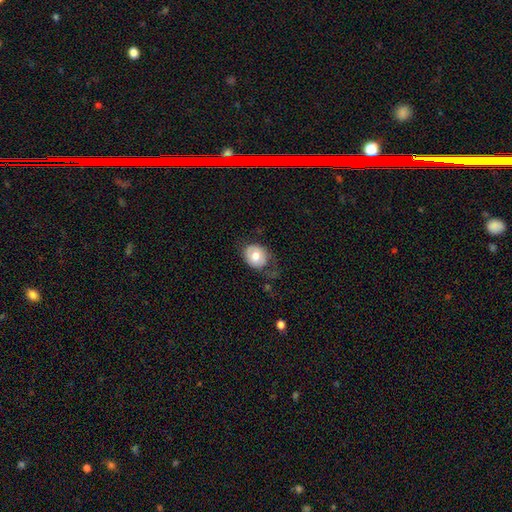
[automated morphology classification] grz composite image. It shows a smooth galaxy with no disk features (68%) that is round (62%). Merging: none (53%).